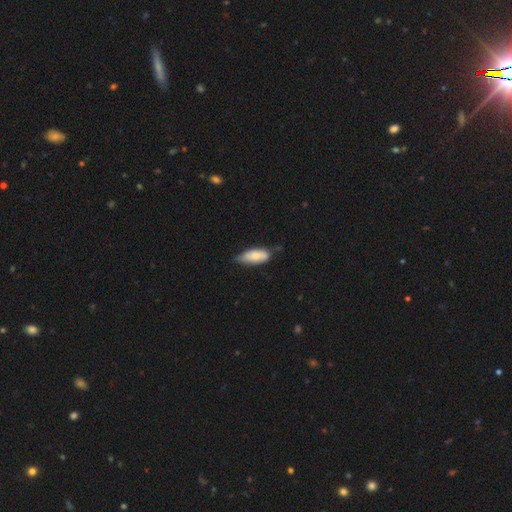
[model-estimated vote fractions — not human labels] Smooth or featured?
  - smooth: 71% *
  - featured or disk: 23%
  - star or artifact: 6%
How rounded?
  - in between: 78% *
  - cigar-shaped: 20%
  - round: 2%
Merging?
  - none: 49% *
  - minor disturbance: 41%
  - major disturbance: 7%
  - merger: 3%